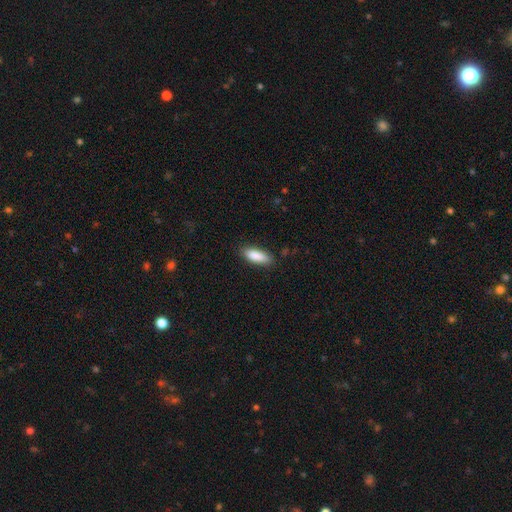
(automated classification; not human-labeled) A smooth galaxy with no disk features (87%) that is in between round and cigar-shaped (60%). Merging: none (84%).